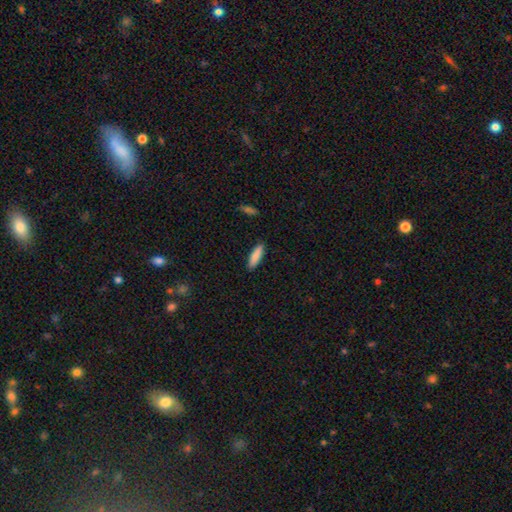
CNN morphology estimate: Smooth or featured: smooth — 87% (featured or disk — 7%)
How rounded: cigar-shaped — 60% (in between — 39%)
Merging: none — 89% (minor disturbance — 8%)